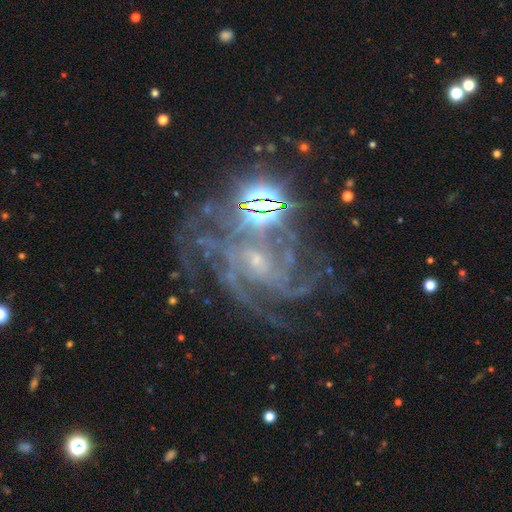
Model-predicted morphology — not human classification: smooth-or-featured: featured or disk: 83% | star or artifact: 12% | smooth: 5%
  disk-edge-on: no: 97% | yes: 3%
    bar: no: 50% | weak: 35% | strong: 14%
    has-spiral-arms: yes: 97% | no: 3%
      spiral-winding: tight: 54% | medium: 36% | loose: 9%
      spiral-arm-count: 4: 22% | can't tell: 21% | 3: 18% | more than 4: 17% | 2: 12% | 1: 9%
    bulge-size: small: 76% | moderate: 15% | none: 5% | large: 2% | dominant: 1%
  merging: none: 62% | minor disturbance: 15% | major disturbance: 14% | merger: 9%